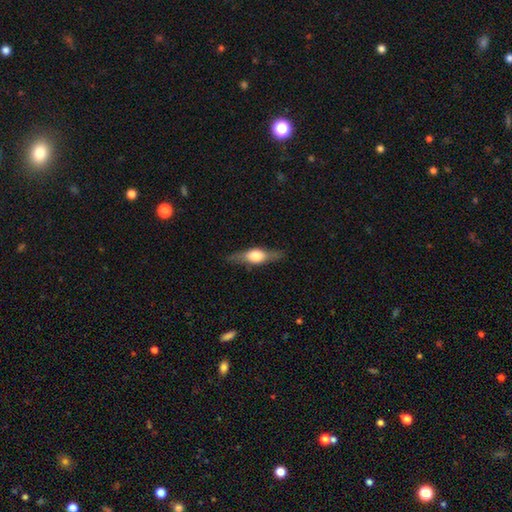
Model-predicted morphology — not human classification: The model was most divided on "smooth or featured": featured or disk: 61%, smooth: 33%, star or artifact: 6%. More confident: edge-on disk — yes (93%); edge-on bulge — rounded (91%); merging — none (83%).